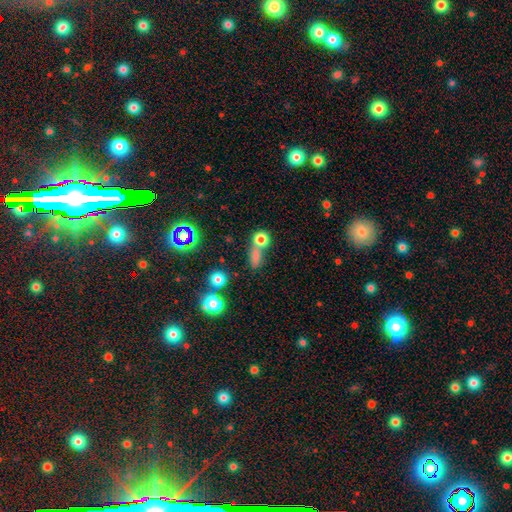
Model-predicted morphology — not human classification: Smooth or featured: smooth — 68% (star or artifact — 21%)
How rounded: round — 48% (in between — 35%)
Merging: none — 47% (merger — 35%)